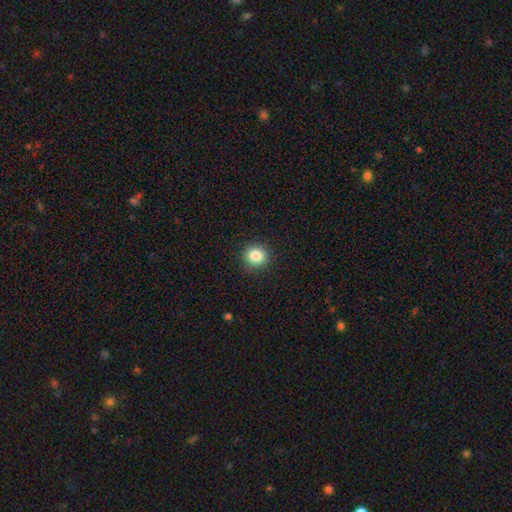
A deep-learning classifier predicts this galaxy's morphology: Smooth or featured? Predicted: smooth (p=0.85). How rounded? Predicted: round (p=0.89). Merging? Predicted: none (p=0.89).